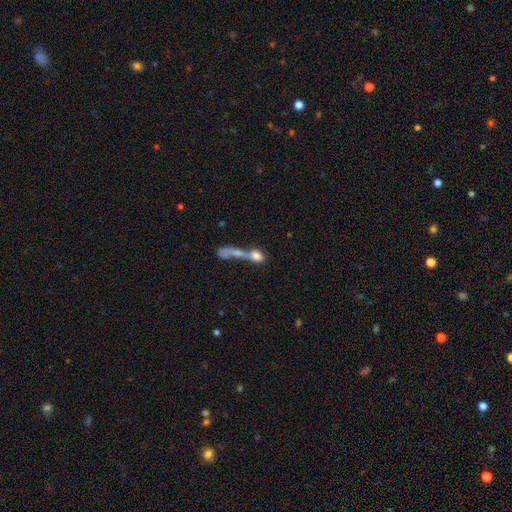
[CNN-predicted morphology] Overall: smooth (65%). How rounded: in between (43%; round 30%). Merging: merger (63%).